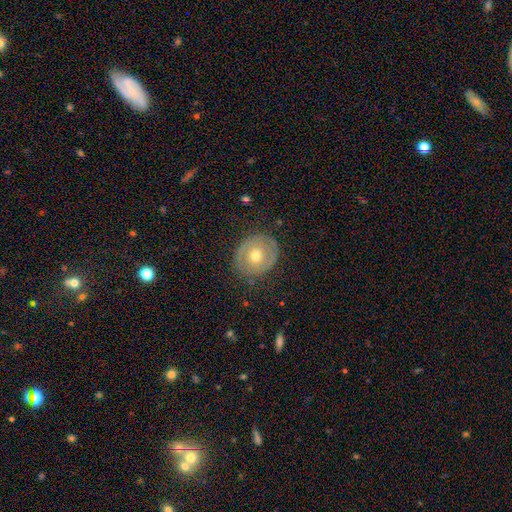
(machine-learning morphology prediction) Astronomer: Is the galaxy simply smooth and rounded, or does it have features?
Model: featured or disk — 52% (runner-up: smooth, 40%).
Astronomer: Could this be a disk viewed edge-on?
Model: no — 95%.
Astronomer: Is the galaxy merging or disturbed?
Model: none — 82%.